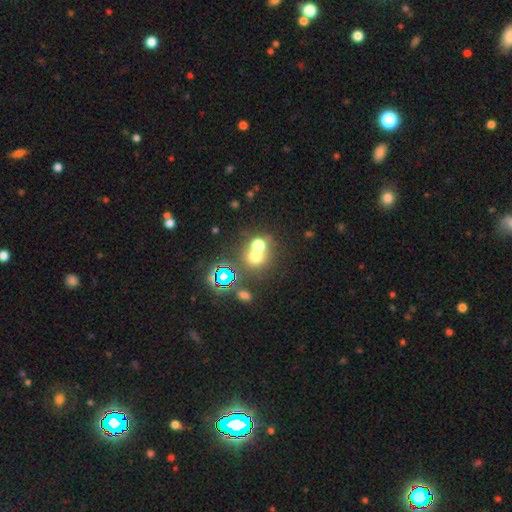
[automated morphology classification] This appears to be a smooth galaxy with no disk features (57%) that is round (81%). Merging: none (47%).